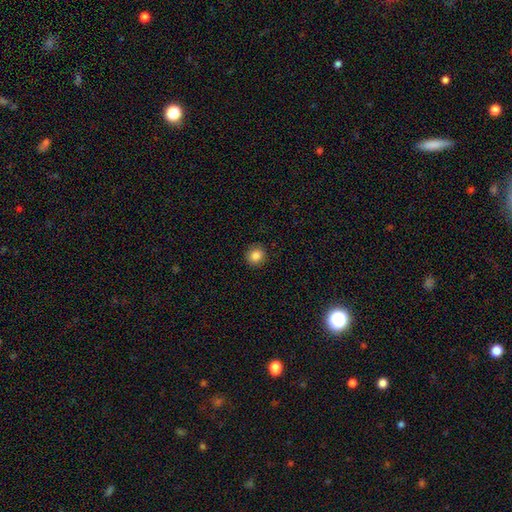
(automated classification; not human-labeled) Overall: smooth (86%). How rounded: round (90%). Merging: none (90%).